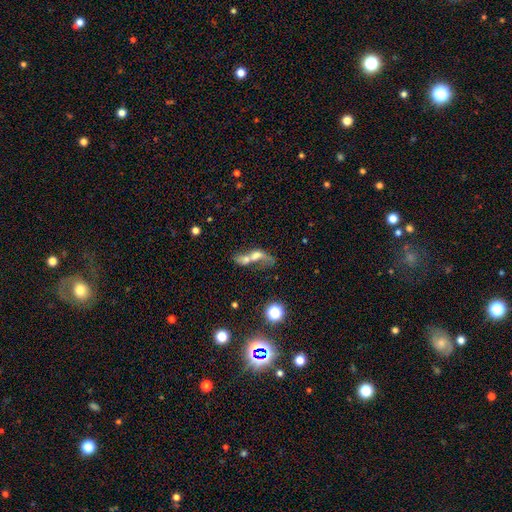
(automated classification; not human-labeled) smooth_or_featured: smooth (p=0.45) [alt: featured or disk p=0.39]
merging: merger (p=0.67) [alt: major disturbance p=0.14]